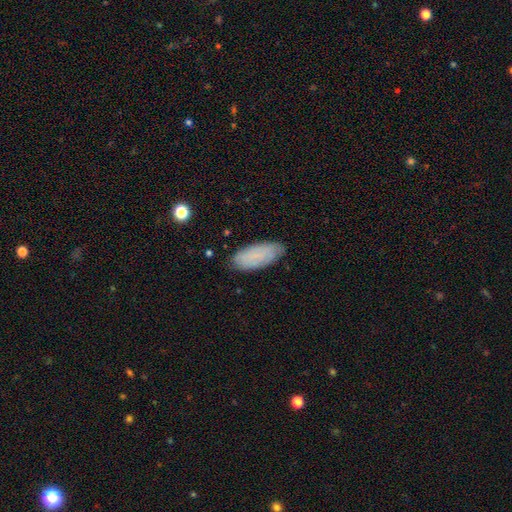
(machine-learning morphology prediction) The model was most divided on "smooth or featured": smooth: 71%, featured or disk: 21%, star or artifact: 8%. More confident: how rounded — in between (85%); merging — none (79%).